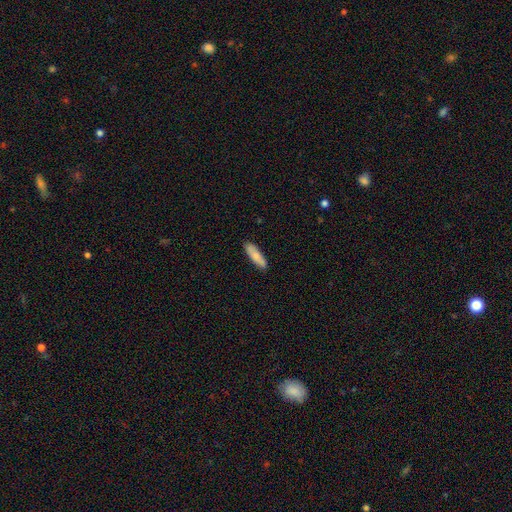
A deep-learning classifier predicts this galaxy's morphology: Overall: smooth (81%). How rounded: cigar-shaped (64%; in between 35%). Merging: none (88%).